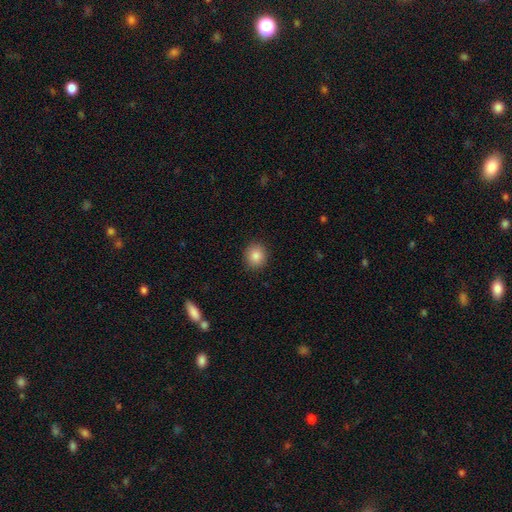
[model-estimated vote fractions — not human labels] This is clearly a smooth galaxy (86%). How rounded: likely round (79%). Merging: clearly none (90%).